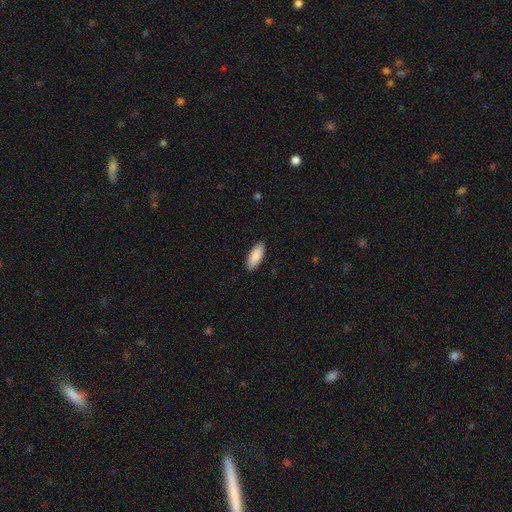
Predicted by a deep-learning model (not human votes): smooth 89%, featured or disk 5%, star or artifact 5%. Down the decision tree: how rounded — in between (79%); merging — none (90%).